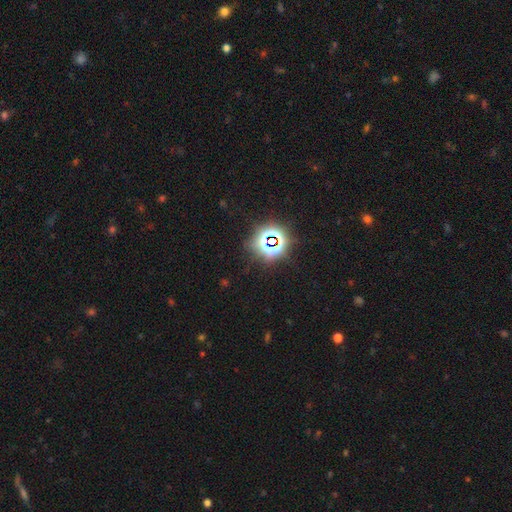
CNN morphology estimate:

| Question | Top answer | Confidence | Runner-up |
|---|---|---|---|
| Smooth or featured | star or artifact | 80% | smooth (13%) |